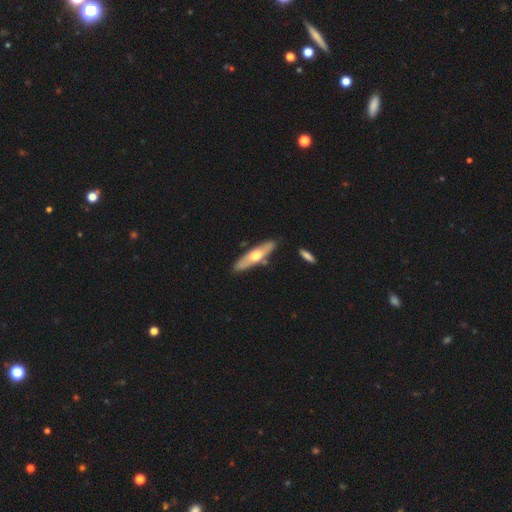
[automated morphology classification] This is possibly a featured or disk galaxy (50%). Merging: clearly none (81%).